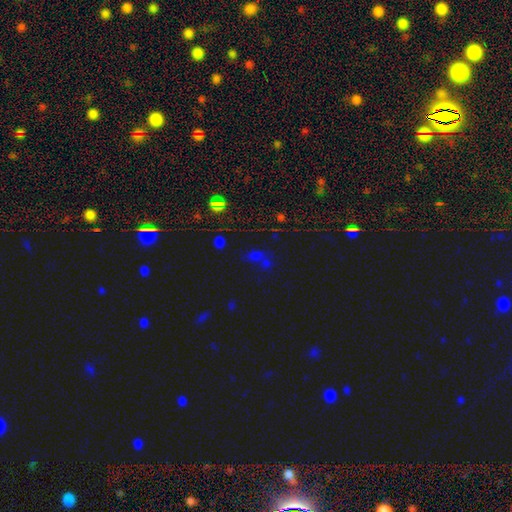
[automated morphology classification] A star or artifact, not a galaxy (51%).

Vote fractions:
- Smooth or featured? star or artifact: 51% / smooth: 39% / featured or disk: 10%